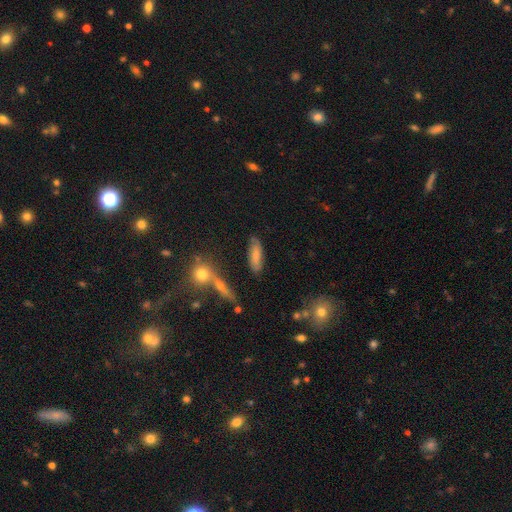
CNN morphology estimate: This is likely a smooth galaxy (69%). How rounded: possibly in between (52%). Merging: likely none (77%).